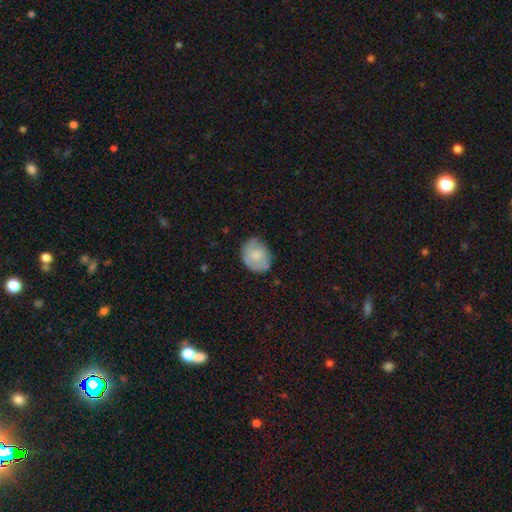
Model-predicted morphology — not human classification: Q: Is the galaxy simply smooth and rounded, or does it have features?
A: smooth — 57%.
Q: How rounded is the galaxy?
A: round — 53%.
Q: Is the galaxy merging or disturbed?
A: none — 69%.